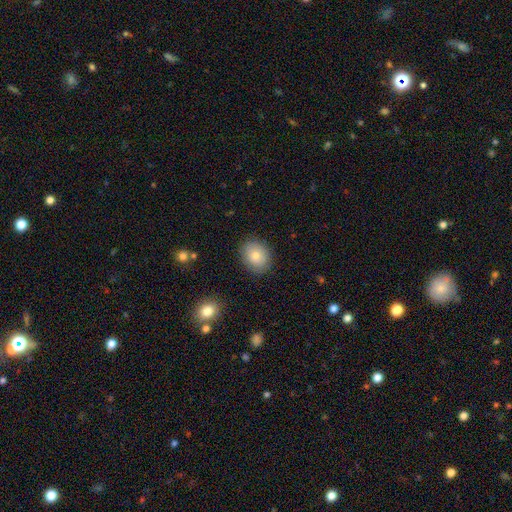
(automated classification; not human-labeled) A smooth galaxy with no disk features (79%) that is in between round and cigar-shaped (50%). Merging: none (87%).